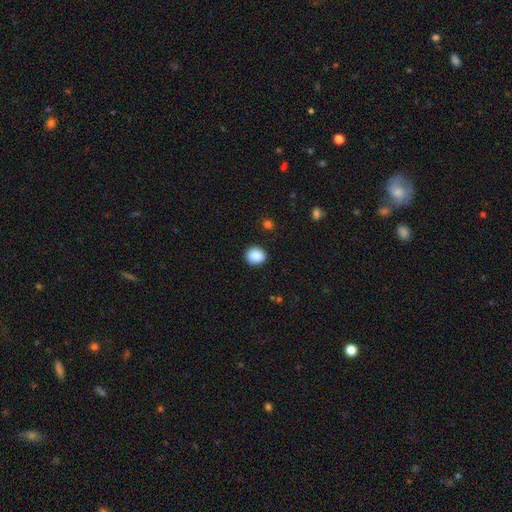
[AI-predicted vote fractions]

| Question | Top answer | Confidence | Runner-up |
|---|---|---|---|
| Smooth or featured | smooth | 88% | star or artifact (9%) |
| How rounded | round | 72% | in between (27%) |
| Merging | none | 90% | minor disturbance (7%) |